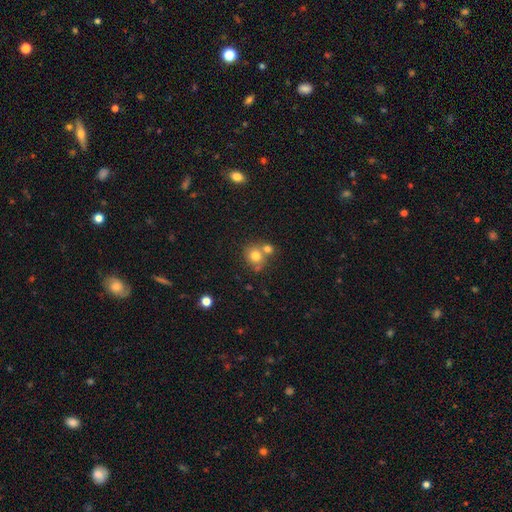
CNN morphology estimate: Q: Smooth or featured?
A: smooth (76%); runner-up: featured or disk (13%)
Q: How rounded?
A: round (79%); runner-up: in between (20%)
Q: Merging?
A: none (45%); runner-up: merger (41%)